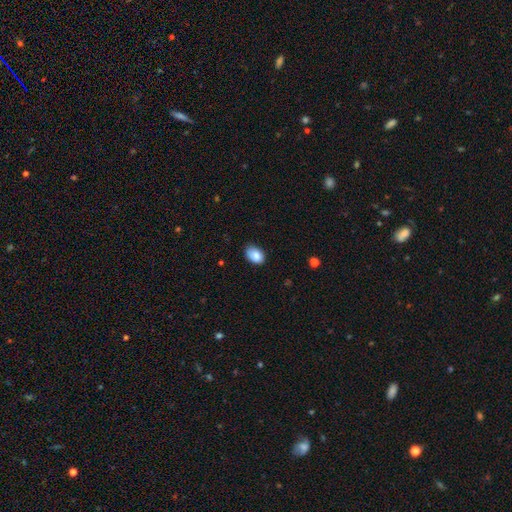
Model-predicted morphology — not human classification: smooth_or_featured: smooth (p=0.84) [alt: featured or disk p=0.08]
how_rounded: in between (p=0.86) [alt: round p=0.13]
merging: none (p=0.75) [alt: minor disturbance p=0.20]